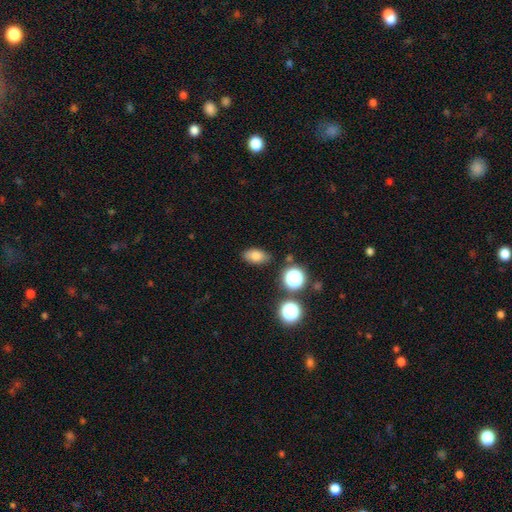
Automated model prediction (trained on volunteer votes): Q: Smooth or featured?
A: smooth (77%); runner-up: star or artifact (13%)
Q: How rounded?
A: in between (86%); runner-up: round (11%)
Q: Merging?
A: none (83%); runner-up: minor disturbance (12%)